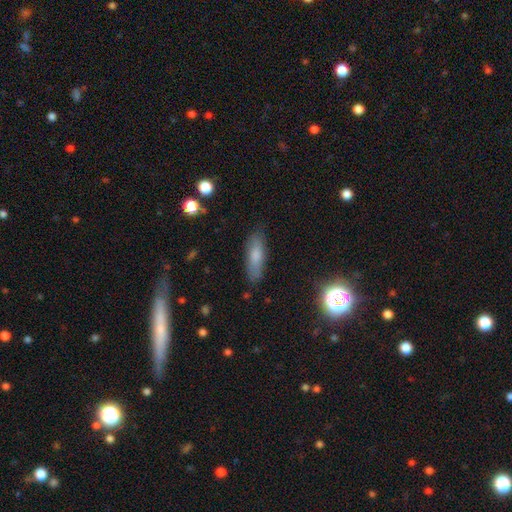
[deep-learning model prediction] This appears to be a smooth galaxy with no disk features (72%) that is in between round and cigar-shaped (49%, tied with cigar-shaped). Merging: none (82%).